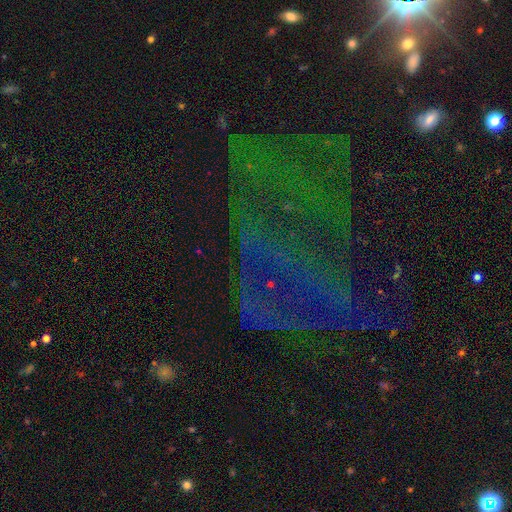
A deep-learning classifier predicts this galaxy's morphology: A star or artifact, not a galaxy (67%).

Vote fractions:
- Smooth or featured? star or artifact: 67% / featured or disk: 19% / smooth: 14%